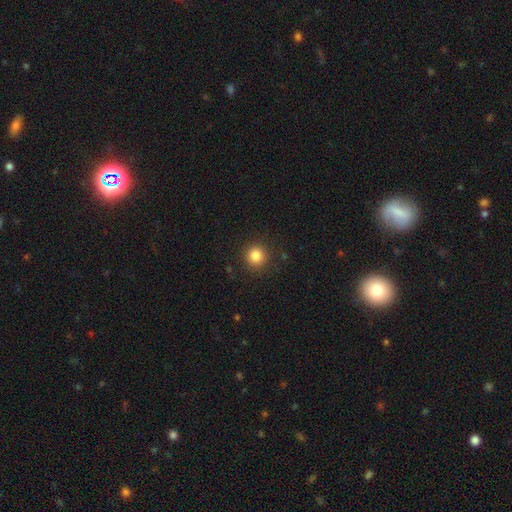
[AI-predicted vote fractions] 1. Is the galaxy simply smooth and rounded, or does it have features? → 84% smooth, 11% star or artifact, 5% featured or disk.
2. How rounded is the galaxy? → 94% round, 5% in between, 1% cigar-shaped.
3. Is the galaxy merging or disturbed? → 90% none, 6% minor disturbance, 2% major disturbance, 1% merger.